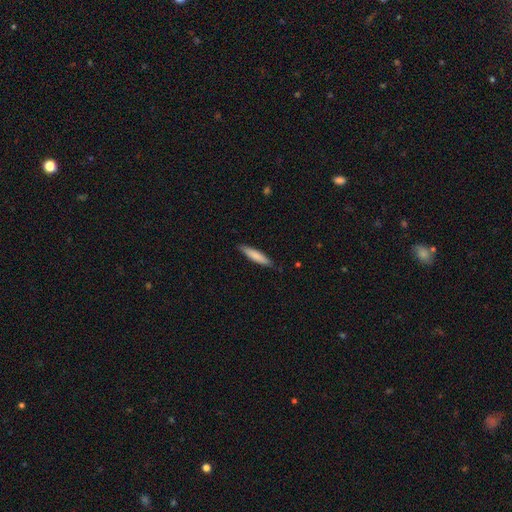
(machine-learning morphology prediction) Smooth or featured? Predicted: smooth (p=0.80). How rounded? Predicted: cigar-shaped (p=0.87). Merging? Predicted: none (p=0.87).